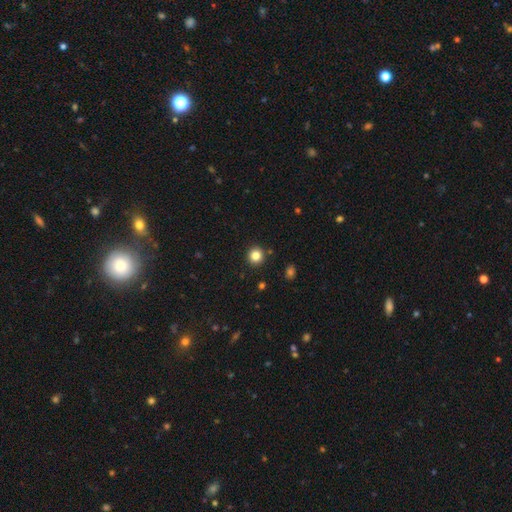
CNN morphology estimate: A smooth galaxy with no disk features (83%) that is round (93%). Merging: none (91%).